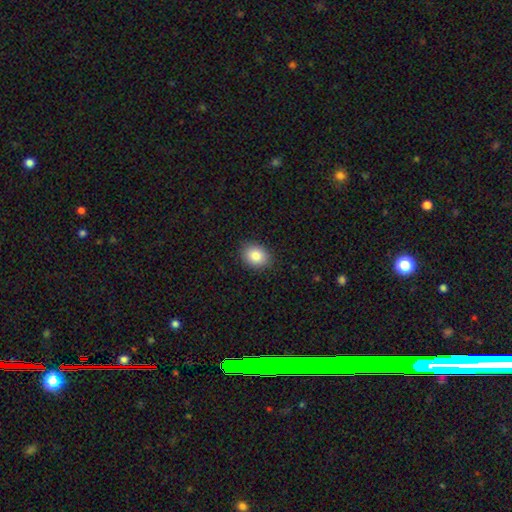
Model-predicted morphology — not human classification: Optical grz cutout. It shows a smooth galaxy with no disk features (85%) that is in between round and cigar-shaped (56%). Merging: none (89%).